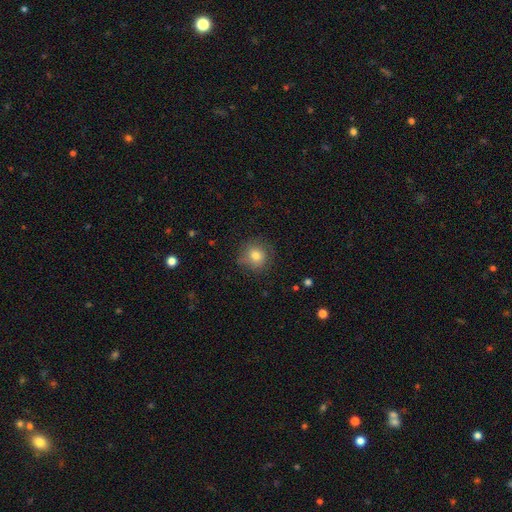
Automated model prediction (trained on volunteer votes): smooth-or-featured: smooth: 79% | featured or disk: 11% | star or artifact: 10%
  how-rounded: round: 87% | in between: 12% | cigar-shaped: 1%
  merging: none: 76% | minor disturbance: 18% | major disturbance: 5% | merger: 1%